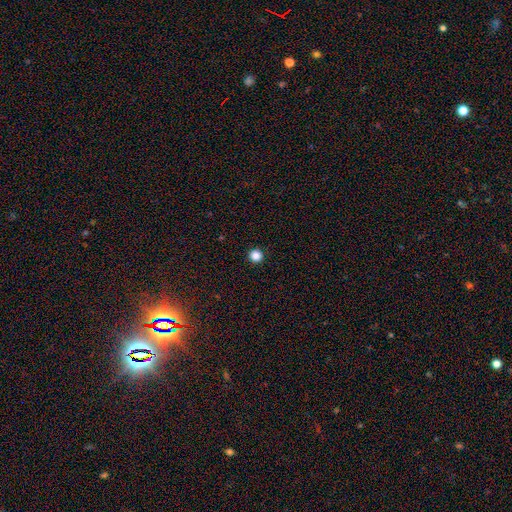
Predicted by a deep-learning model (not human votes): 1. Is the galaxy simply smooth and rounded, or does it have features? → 86% smooth, 11% star or artifact, 3% featured or disk.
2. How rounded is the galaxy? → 96% round, 3% in between, 1% cigar-shaped.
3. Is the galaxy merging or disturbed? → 94% none, 4% minor disturbance, 1% major disturbance, 1% merger.